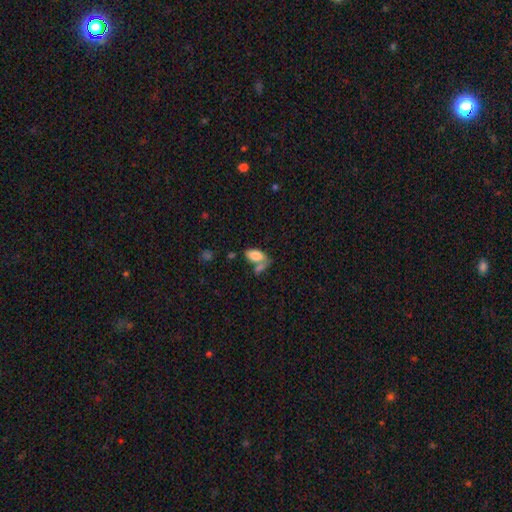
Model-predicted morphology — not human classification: Q: Smooth or featured?
A: smooth (79%); runner-up: featured or disk (13%)
Q: How rounded?
A: in between (91%); runner-up: cigar-shaped (6%)
Q: Merging?
A: none (43%); runner-up: merger (36%)